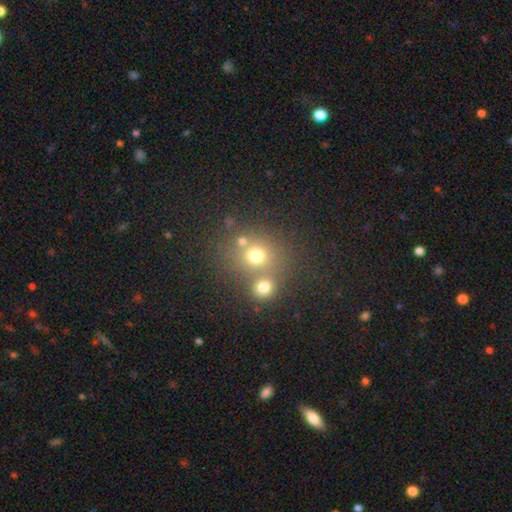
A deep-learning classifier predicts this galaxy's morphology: smooth-or-featured: smooth: 70% | star or artifact: 18% | featured or disk: 12%
  how-rounded: round: 82% | in between: 17% | cigar-shaped: 1%
  merging: none: 52% | merger: 36% | minor disturbance: 8% | major disturbance: 4%